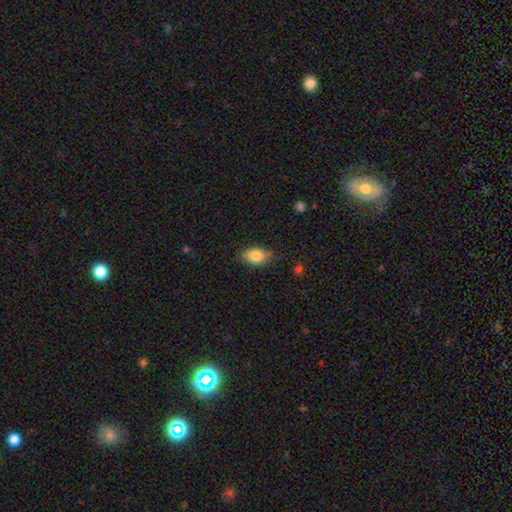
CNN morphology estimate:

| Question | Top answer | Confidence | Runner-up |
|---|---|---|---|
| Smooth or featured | smooth | 83% | featured or disk (9%) |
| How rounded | in between | 87% | round (11%) |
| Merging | none | 78% | minor disturbance (17%) |